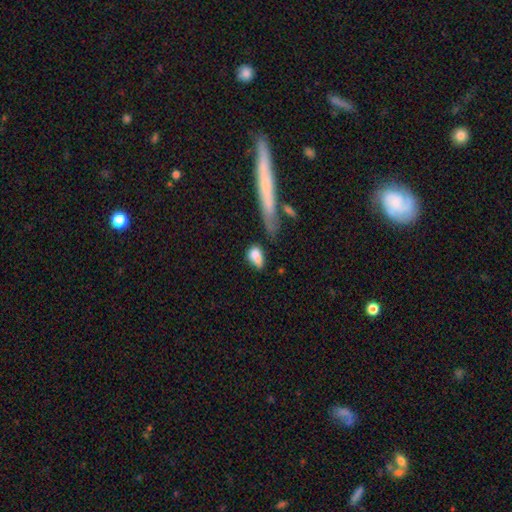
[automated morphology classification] Smooth or featured: smooth — 80% (featured or disk — 11%)
How rounded: in between — 81% (round — 11%)
Merging: none — 40% (minor disturbance — 28%)